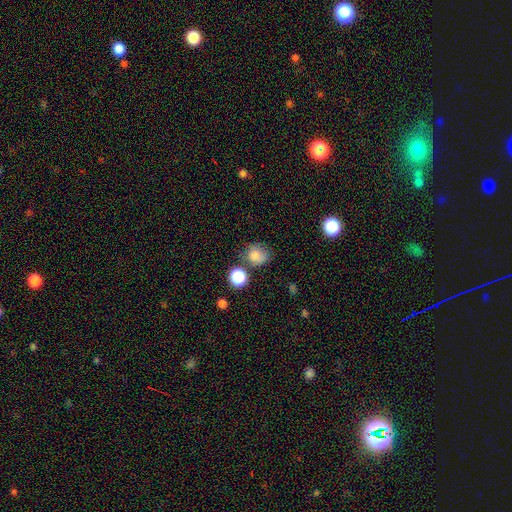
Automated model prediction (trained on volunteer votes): Smooth or featured? Predicted: smooth (p=0.78). How rounded? Predicted: round (p=0.75). Merging? Predicted: none (p=0.59).